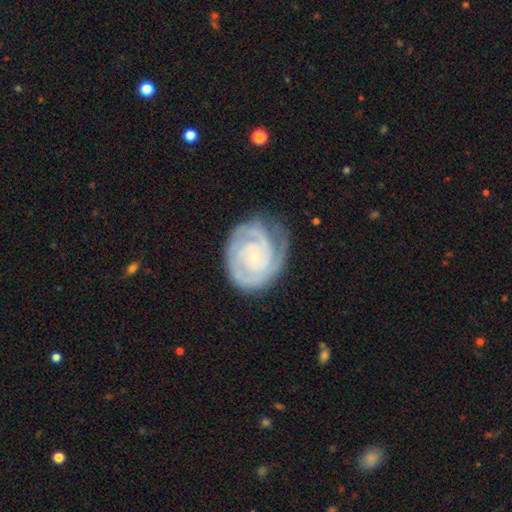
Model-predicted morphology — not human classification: Q: Smooth or featured?
A: featured or disk (84%); runner-up: smooth (10%)
Q: Edge-on disk?
A: no (98%); runner-up: yes (2%)
Q: Bar?
A: no (73%); runner-up: weak (22%)
Q: Spiral arms?
A: yes (97%); runner-up: no (3%)
Q: Spiral winding?
A: tight (77%); runner-up: medium (19%)
Q: Spiral arm count?
A: 2 (32%); runner-up: 3 (27%)
Q: Bulge size?
A: small (77%); runner-up: moderate (11%)
Q: Merging?
A: none (71%); runner-up: minor disturbance (20%)